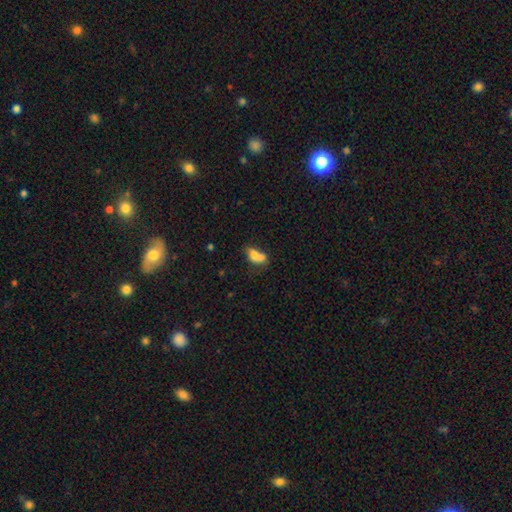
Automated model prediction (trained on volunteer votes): Smooth or featured? smooth (71%)
How rounded? in between (77%)
Merging? merger (53%)